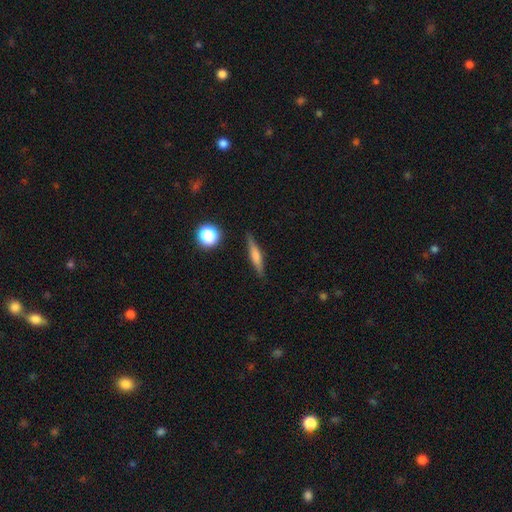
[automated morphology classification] A smooth galaxy with no disk features (51%) that is cigar-shaped (84%).

Vote fractions:
- Smooth or featured? smooth: 51% / featured or disk: 40% / star or artifact: 8%
- How rounded? cigar-shaped: 84% / in between: 12% / round: 4%
- Merging? none: 86% / minor disturbance: 10% / major disturbance: 2% / merger: 2%